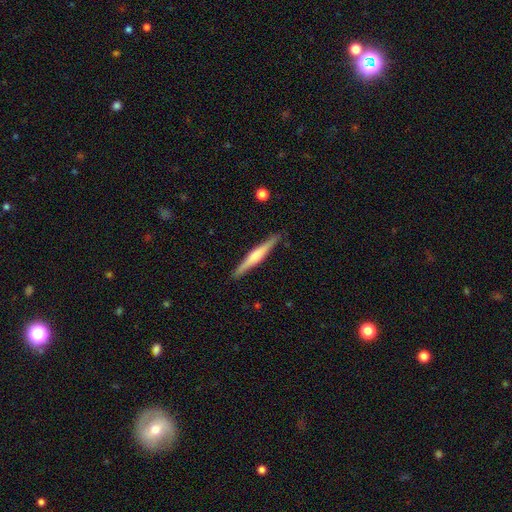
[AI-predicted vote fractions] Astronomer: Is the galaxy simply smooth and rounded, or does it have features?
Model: featured or disk — 61%.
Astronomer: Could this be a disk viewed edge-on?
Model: yes — 98%.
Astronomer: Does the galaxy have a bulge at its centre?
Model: rounded — 61%.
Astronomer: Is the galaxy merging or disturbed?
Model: none — 89%.